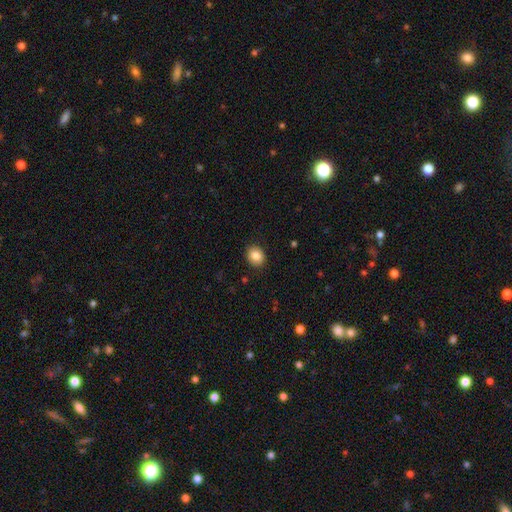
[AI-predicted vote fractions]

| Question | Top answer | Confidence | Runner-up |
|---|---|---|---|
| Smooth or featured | smooth | 85% | star or artifact (9%) |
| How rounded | round | 61% | in between (38%) |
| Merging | none | 89% | minor disturbance (8%) |